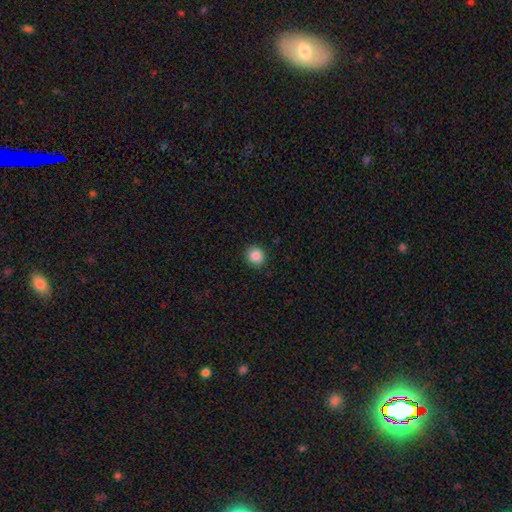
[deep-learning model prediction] Smooth or featured? smooth (87%)
How rounded? round (90%)
Merging? none (91%)